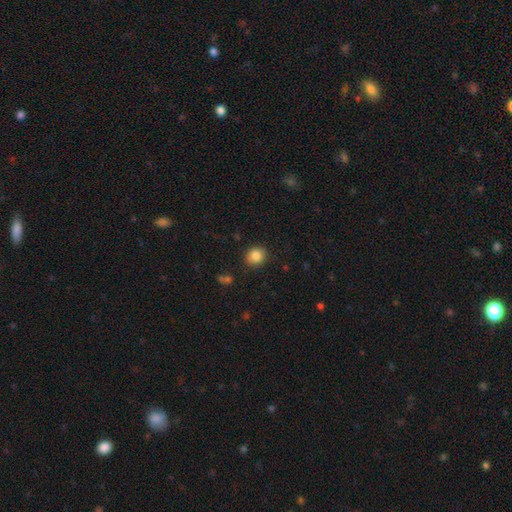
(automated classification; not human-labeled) This is clearly a smooth galaxy (85%). How rounded: likely round (79%). Merging: clearly none (87%).